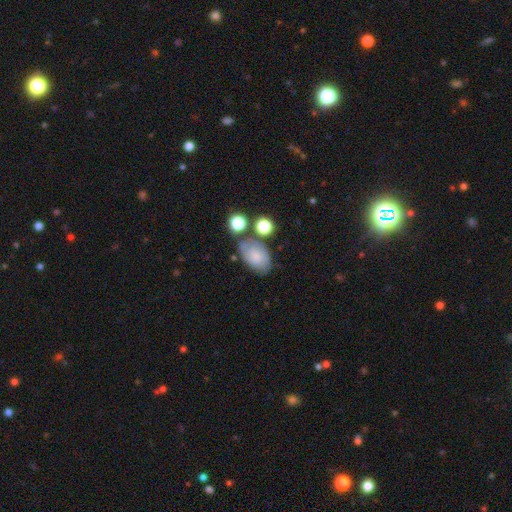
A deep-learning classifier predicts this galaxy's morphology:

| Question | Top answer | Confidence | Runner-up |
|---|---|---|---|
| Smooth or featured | smooth | 67% | featured or disk (24%) |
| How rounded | in between | 88% | round (10%) |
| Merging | none | 59% | minor disturbance (20%) |